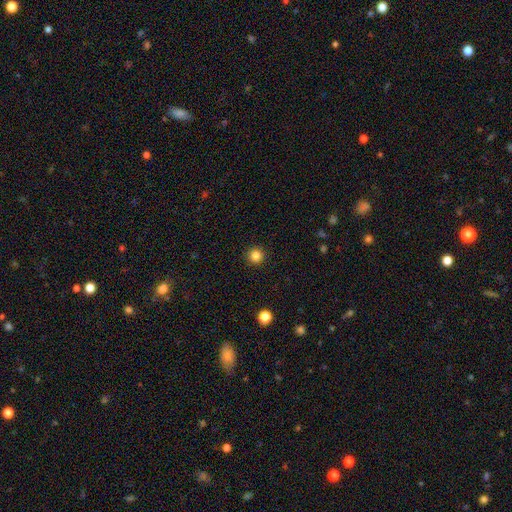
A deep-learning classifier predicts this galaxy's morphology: Smooth or featured? smooth (84%)
How rounded? round (95%)
Merging? none (92%)